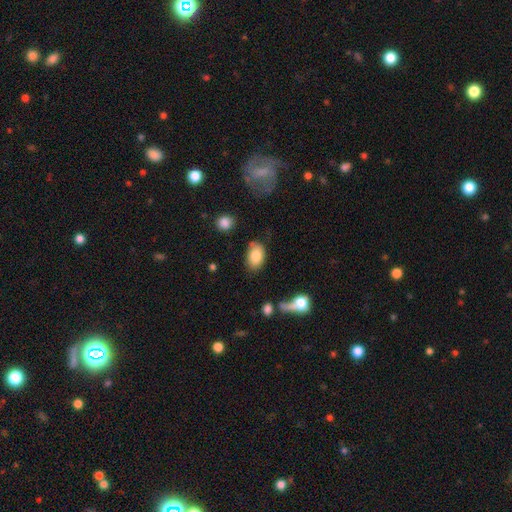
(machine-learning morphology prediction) smooth_or_featured: smooth (p=0.82) [alt: featured or disk p=0.11]
how_rounded: in between (p=0.89) [alt: round p=0.10]
merging: none (p=0.71) [alt: minor disturbance p=0.18]